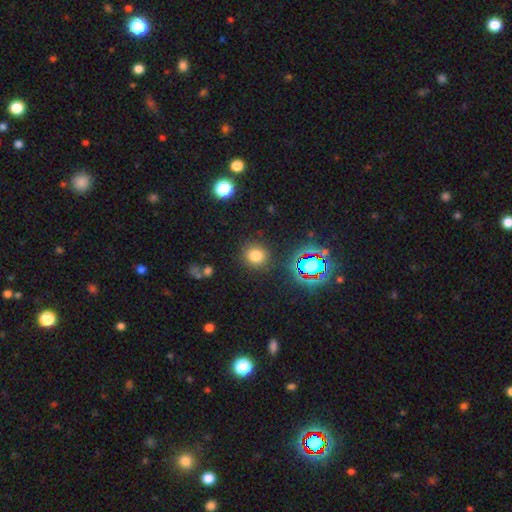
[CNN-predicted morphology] Q: Smooth or featured?
A: smooth (76%); runner-up: star or artifact (18%)
Q: How rounded?
A: round (84%); runner-up: in between (15%)
Q: Merging?
A: none (87%); runner-up: minor disturbance (8%)